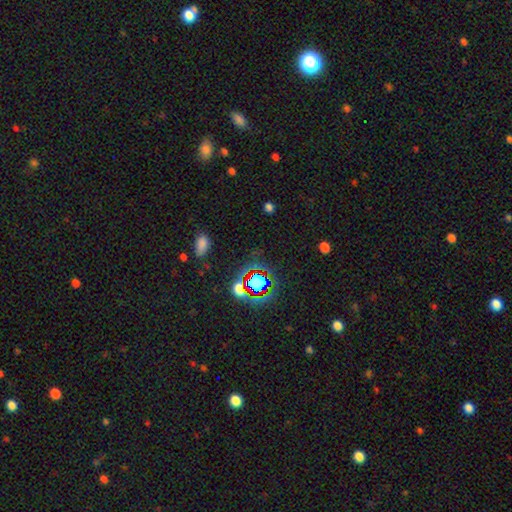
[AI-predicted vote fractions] Smooth or featured: star or artifact — 73% (smooth — 18%)